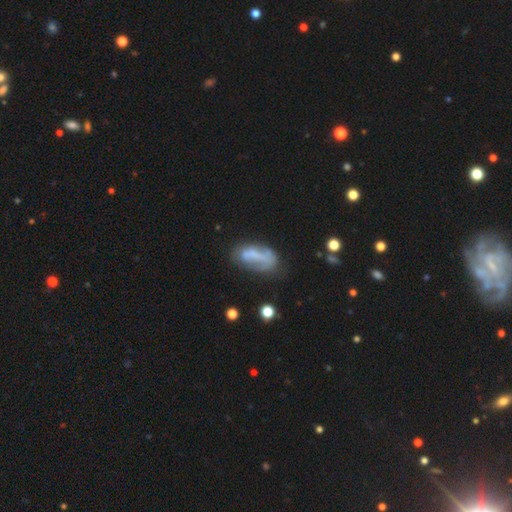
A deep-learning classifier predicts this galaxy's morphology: A smooth galaxy with no disk features (48%).

Vote fractions:
- Smooth or featured? smooth: 48% / featured or disk: 42% / star or artifact: 11%
- Merging? none: 45% / minor disturbance: 27% / major disturbance: 20% / merger: 9%